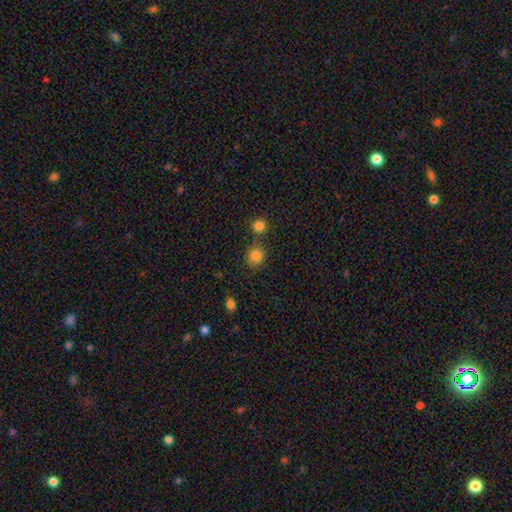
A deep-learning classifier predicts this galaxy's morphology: Smooth or featured? Predicted: smooth (p=0.83). How rounded? Predicted: round (p=0.79). Merging? Predicted: none (p=0.70).